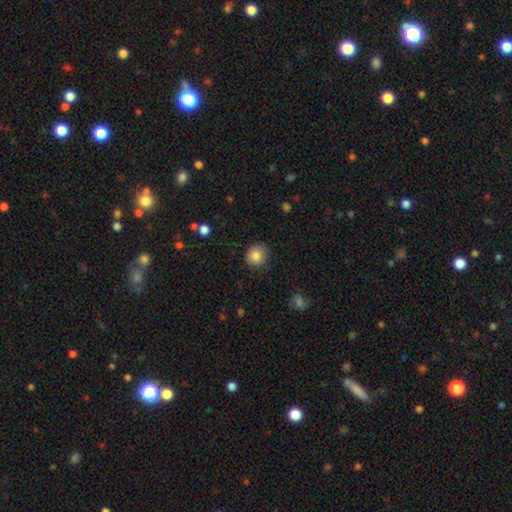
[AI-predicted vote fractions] Q: Smooth or featured?
A: smooth (85%); runner-up: star or artifact (9%)
Q: How rounded?
A: round (87%); runner-up: in between (12%)
Q: Merging?
A: none (83%); runner-up: minor disturbance (13%)